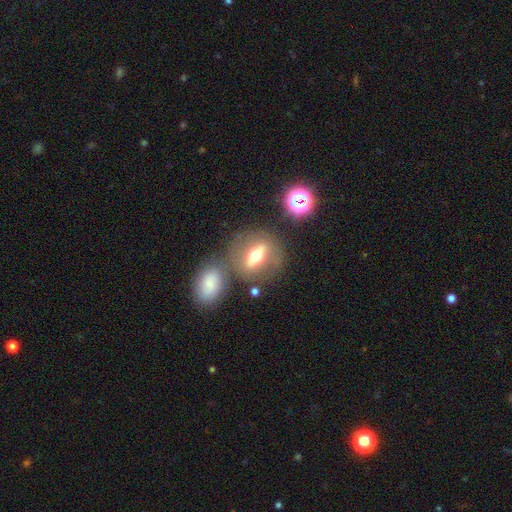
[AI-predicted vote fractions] smooth_or_featured: featured or disk (p=0.47) [alt: smooth p=0.43]
merging: none (p=0.66) [alt: merger p=0.16]